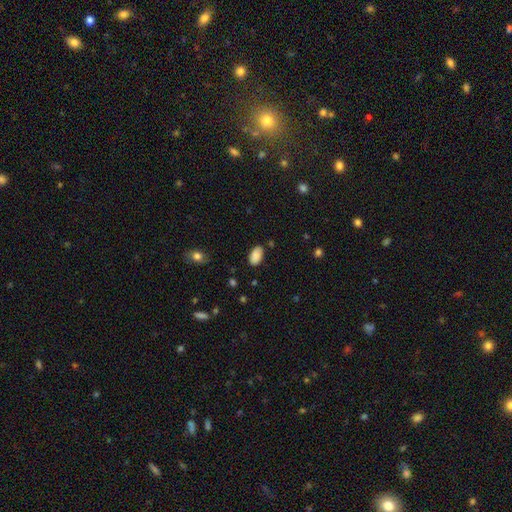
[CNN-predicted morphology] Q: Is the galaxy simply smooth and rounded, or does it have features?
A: smooth — 87%.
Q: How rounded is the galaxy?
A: in between — 94%.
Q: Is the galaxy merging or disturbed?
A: none — 81%.